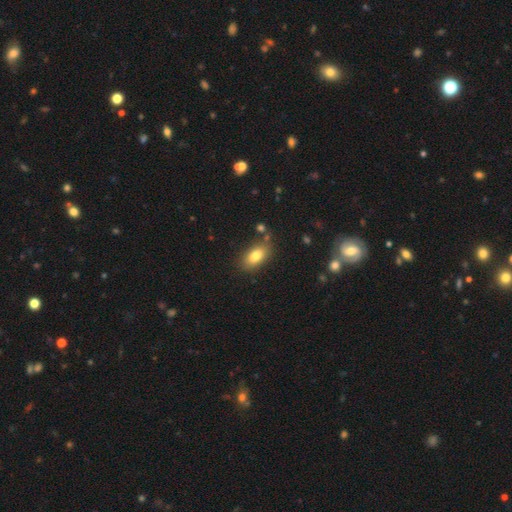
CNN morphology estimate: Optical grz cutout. It shows a smooth galaxy with no disk features (80%) that is in between round and cigar-shaped (89%). Merging: none (79%).